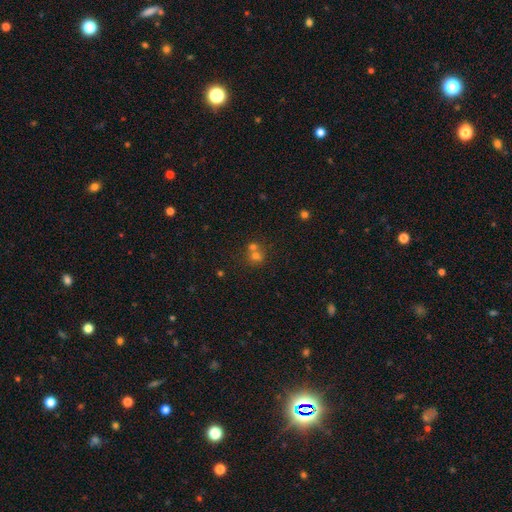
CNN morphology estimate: smooth 63%, star or artifact 22%, featured or disk 15%. Down the decision tree: how rounded — round (82%); merging — merger (49%).